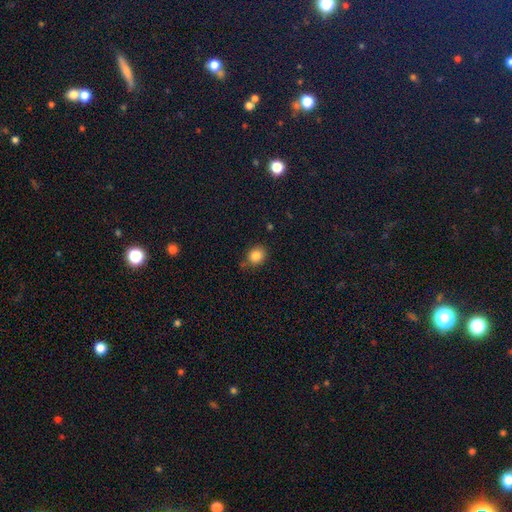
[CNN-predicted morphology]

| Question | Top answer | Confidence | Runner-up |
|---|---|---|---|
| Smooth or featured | smooth | 84% | star or artifact (11%) |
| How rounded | round | 70% | in between (30%) |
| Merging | none | 72% | minor disturbance (19%) |